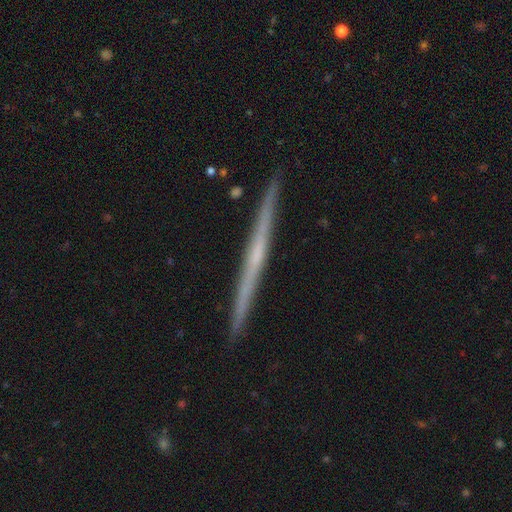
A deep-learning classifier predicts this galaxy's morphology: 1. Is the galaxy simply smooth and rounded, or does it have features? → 70% featured or disk, 24% smooth, 6% star or artifact.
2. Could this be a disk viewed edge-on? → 98% yes, 2% no.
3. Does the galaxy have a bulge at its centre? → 73% none, 22% rounded, 5% boxy.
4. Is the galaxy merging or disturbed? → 92% none, 5% minor disturbance, 1% merger, 1% major disturbance.